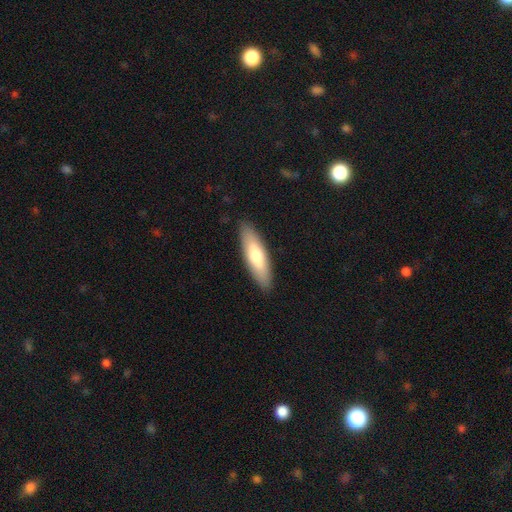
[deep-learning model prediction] Q: Smooth or featured?
A: smooth (68%); runner-up: featured or disk (26%)
Q: How rounded?
A: cigar-shaped (55%); runner-up: in between (43%)
Q: Merging?
A: none (89%); runner-up: minor disturbance (8%)